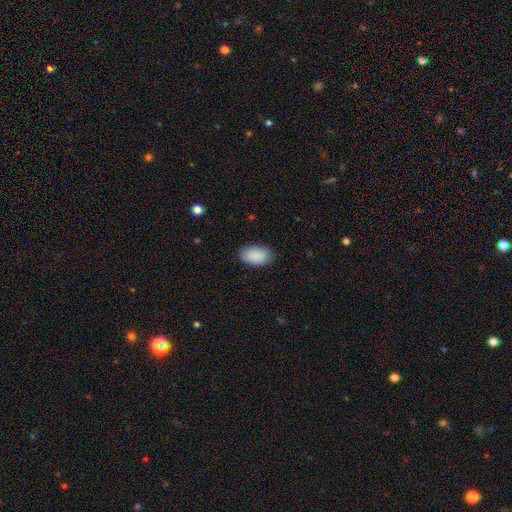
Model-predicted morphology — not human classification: A smooth galaxy with no disk features (90%) that is in between round and cigar-shaped (93%).

Vote fractions:
- Smooth or featured? smooth: 90% / star or artifact: 6% / featured or disk: 3%
- How rounded? in between: 93% / round: 6% / cigar-shaped: 1%
- Merging? none: 85% / minor disturbance: 11% / major disturbance: 2% / merger: 1%